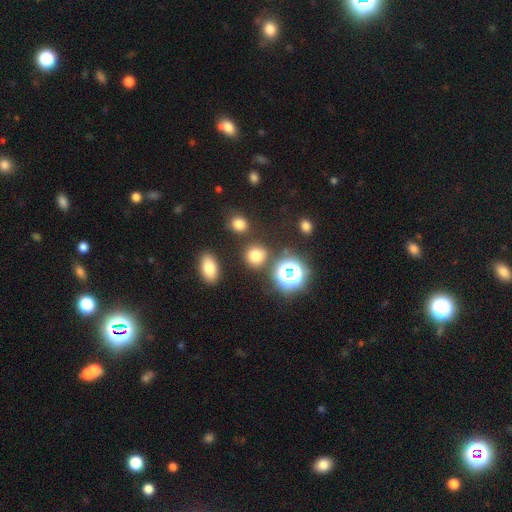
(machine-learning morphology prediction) Smooth or featured? smooth (71%)
How rounded? round (85%)
Merging? none (81%)